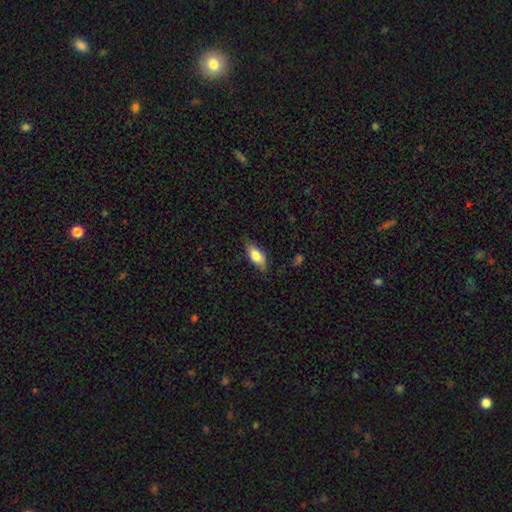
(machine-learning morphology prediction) Smooth or featured? Predicted: smooth (p=0.76). How rounded? Predicted: in between (p=0.84). Merging? Predicted: none (p=0.73).